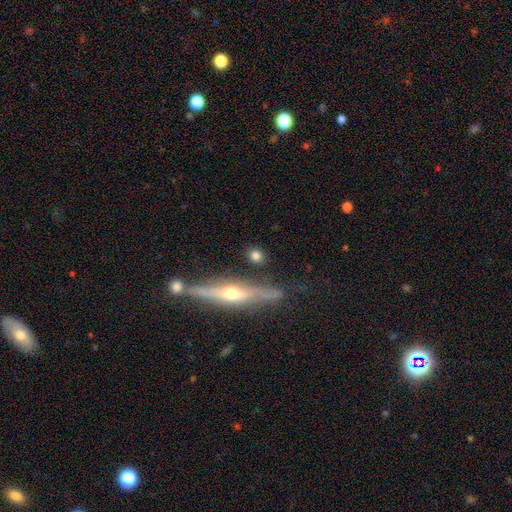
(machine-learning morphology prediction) This appears to be a smooth galaxy with no disk features (71%) that is round (67%). Merging: none (82%).